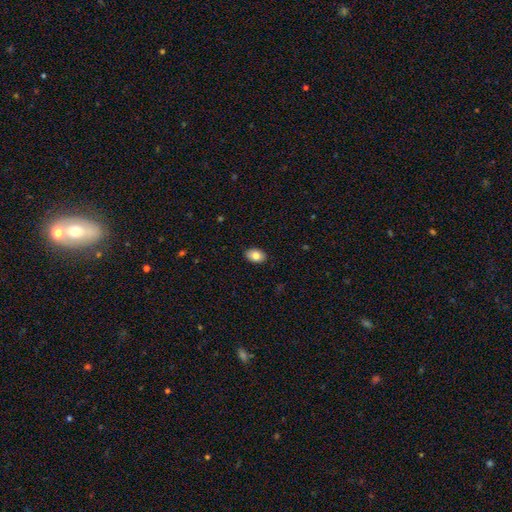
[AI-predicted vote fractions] The model was most divided on "smooth or featured": smooth: 81%, featured or disk: 12%, star or artifact: 7%. More confident: merging — none (89%); how rounded — in between (88%).